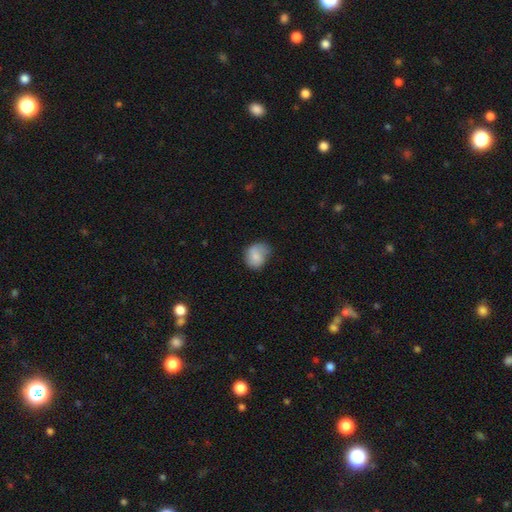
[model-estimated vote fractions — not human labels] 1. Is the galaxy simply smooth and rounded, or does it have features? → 74% smooth, 18% featured or disk, 8% star or artifact.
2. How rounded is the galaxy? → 62% round, 37% in between, 1% cigar-shaped.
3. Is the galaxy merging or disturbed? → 52% none, 33% minor disturbance, 13% major disturbance, 2% merger.